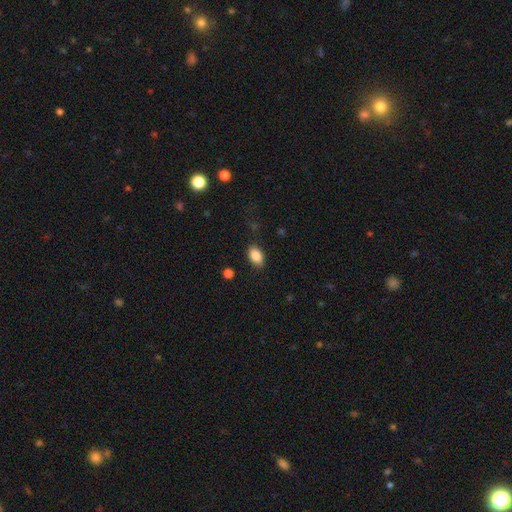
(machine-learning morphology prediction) The model was most divided on "merging": none: 84%, minor disturbance: 12%, major disturbance: 3%, merger: 1%. More confident: how rounded — in between (89%); smooth or featured — smooth (88%).